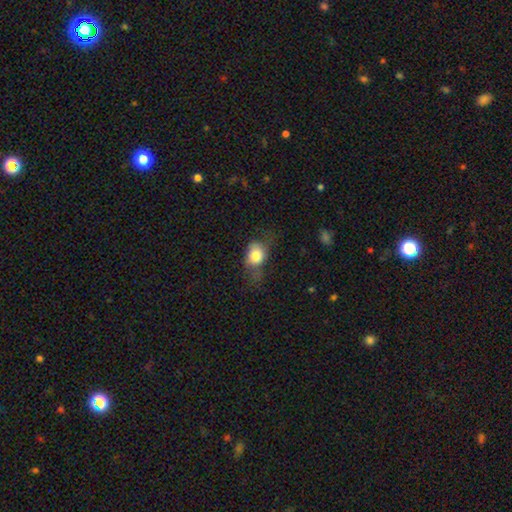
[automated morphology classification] Overall: smooth (75%). How rounded: in between (53%; round 45%). Merging: none (41%; minor disturbance 31%).